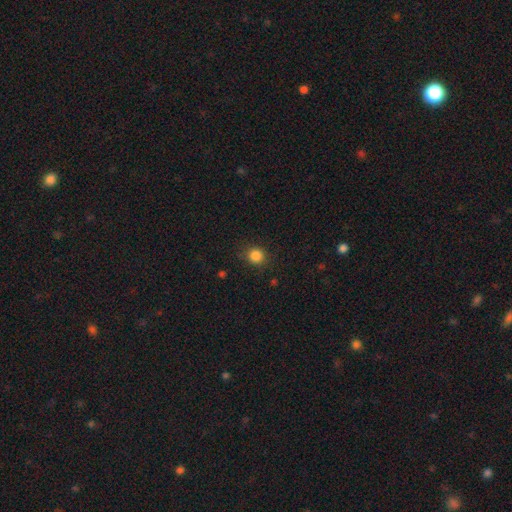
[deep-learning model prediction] Smooth or featured: smooth — 85% (star or artifact — 11%)
How rounded: round — 88% (in between — 11%)
Merging: none — 85% (minor disturbance — 10%)